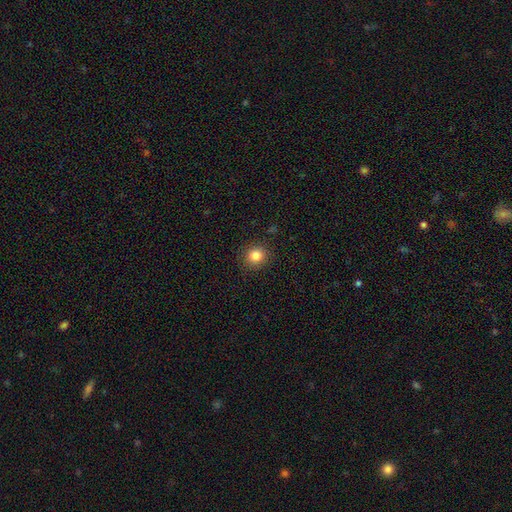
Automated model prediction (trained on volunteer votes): Smooth or featured?
  - smooth: 84% *
  - star or artifact: 11%
  - featured or disk: 5%
How rounded?
  - round: 88% *
  - in between: 11%
  - cigar-shaped: 1%
Merging?
  - none: 90% *
  - minor disturbance: 7%
  - major disturbance: 2%
  - merger: 1%